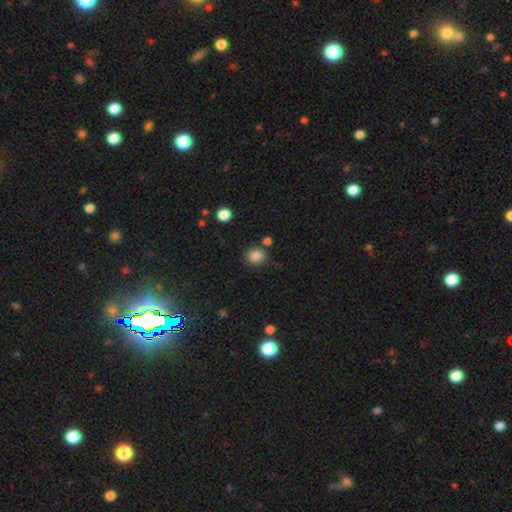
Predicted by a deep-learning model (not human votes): Smooth or featured? Predicted: smooth (p=0.84). How rounded? Predicted: round (p=0.86). Merging? Predicted: none (p=0.75).